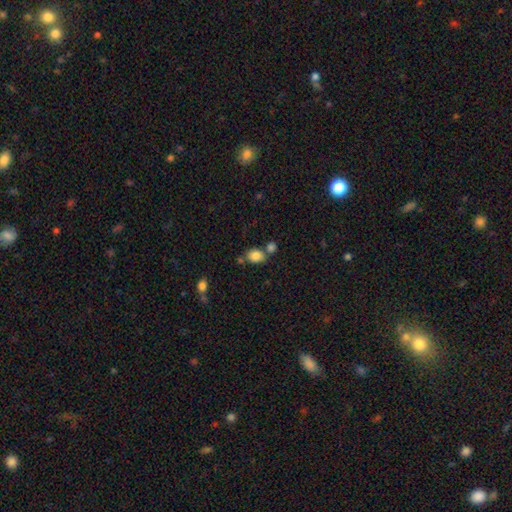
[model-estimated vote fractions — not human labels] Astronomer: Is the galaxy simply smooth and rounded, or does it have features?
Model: smooth — 83%.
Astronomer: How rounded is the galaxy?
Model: in between — 59% (runner-up: round, 39%).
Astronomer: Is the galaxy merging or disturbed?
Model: none — 61%.